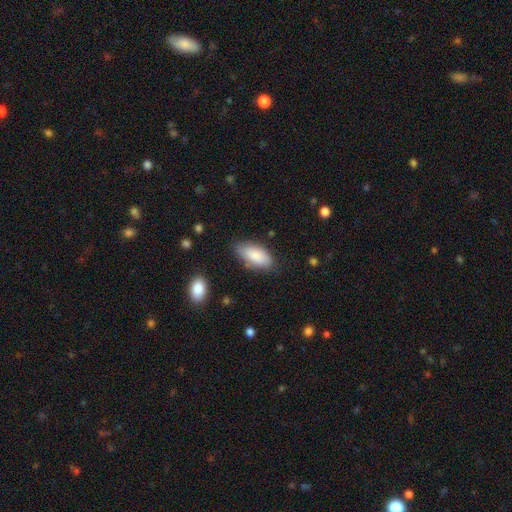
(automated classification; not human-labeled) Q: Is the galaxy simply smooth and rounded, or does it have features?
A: smooth — 85%.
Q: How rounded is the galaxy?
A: in between — 90%.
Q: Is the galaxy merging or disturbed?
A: none — 76%.